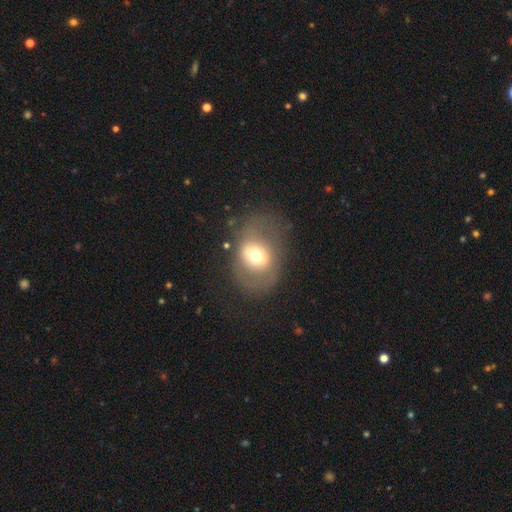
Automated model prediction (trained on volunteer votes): smooth-or-featured: smooth: 52% | featured or disk: 37% | star or artifact: 10%
  how-rounded: in between: 53% | round: 46% | cigar-shaped: 1%
  merging: none: 59% | major disturbance: 19% | minor disturbance: 19% | merger: 2%